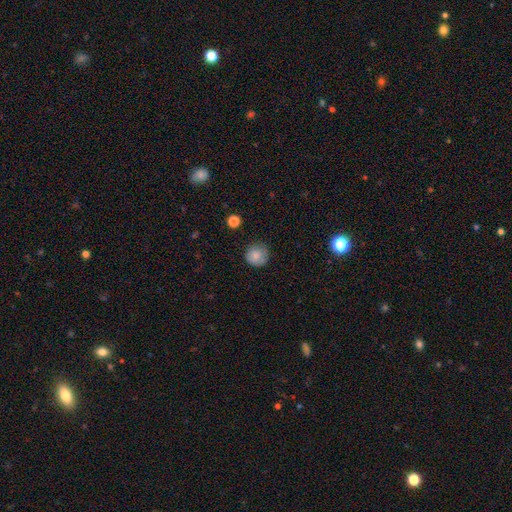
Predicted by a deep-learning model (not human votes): smooth-or-featured: smooth: 84% | star or artifact: 9% | featured or disk: 7%
  how-rounded: round: 92% | in between: 7% | cigar-shaped: 1%
  merging: none: 78% | minor disturbance: 17% | major disturbance: 4% | merger: 1%